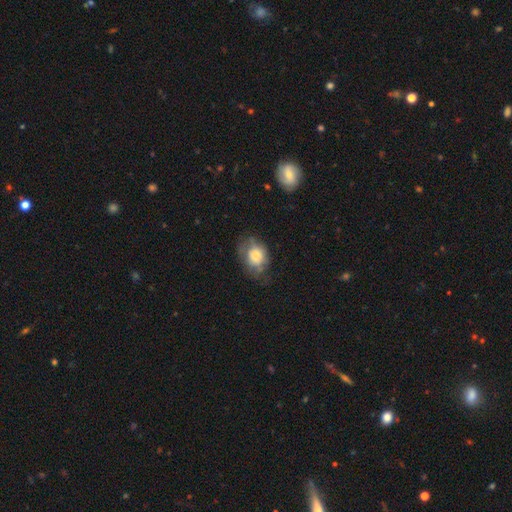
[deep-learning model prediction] Q: Smooth or featured?
A: smooth (67%); runner-up: featured or disk (25%)
Q: How rounded?
A: in between (61%); runner-up: round (38%)
Q: Merging?
A: none (50%); runner-up: minor disturbance (30%)